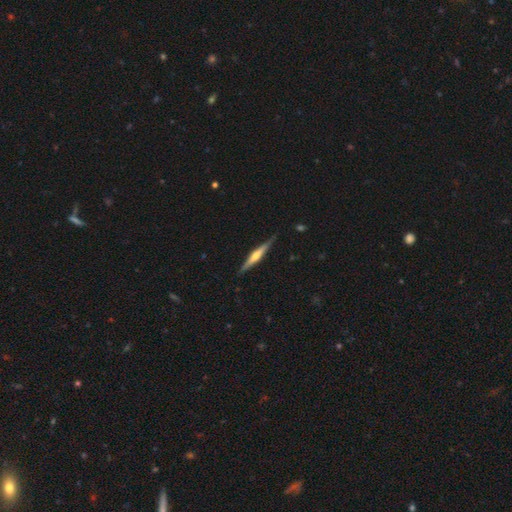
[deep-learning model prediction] Smooth or featured? Predicted: featured or disk (p=0.69). Edge-on disk? Predicted: yes (p=0.98). Edge-on bulge? Predicted: rounded (p=0.82). Merging? Predicted: none (p=0.87).